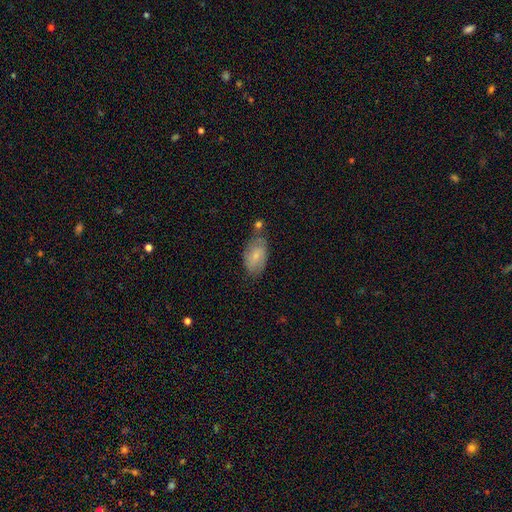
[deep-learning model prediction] This is likely a smooth galaxy (64%). How rounded: clearly in between (92%). Merging: possibly none (54%).